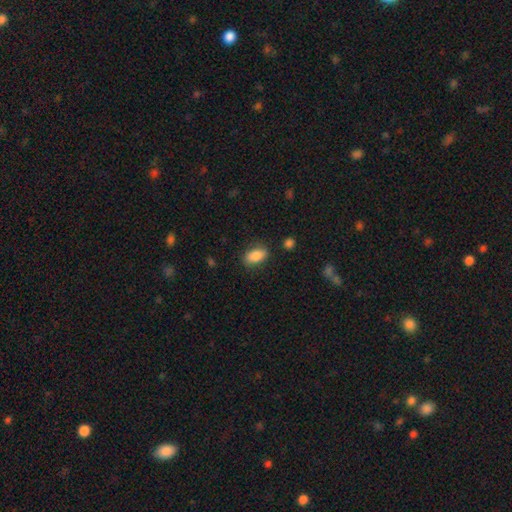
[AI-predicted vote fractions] Morphology: type=smooth (88%); roundness=in between (90%); merging=none (82%).